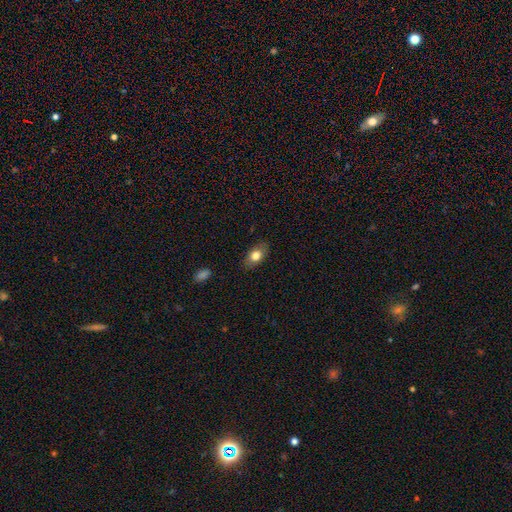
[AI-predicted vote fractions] smooth 78%, featured or disk 14%, star or artifact 8%. Down the decision tree: how rounded — in between (87%); merging — none (84%).